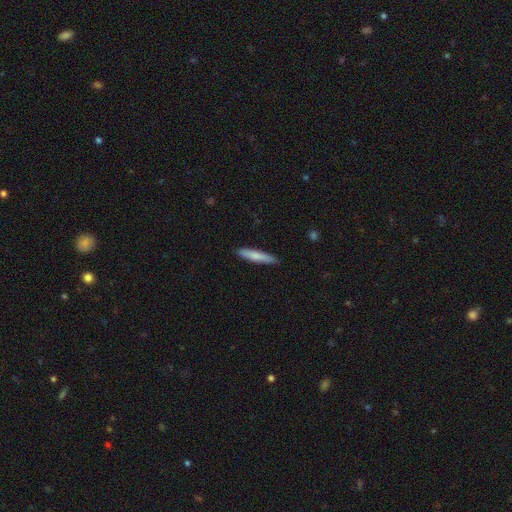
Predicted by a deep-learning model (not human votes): This is likely a smooth galaxy (76%). How rounded: clearly cigar-shaped (90%). Merging: clearly none (86%).